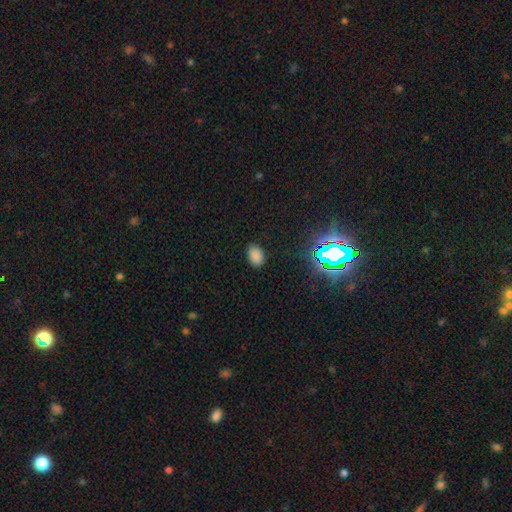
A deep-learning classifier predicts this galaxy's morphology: Overall: smooth (80%). How rounded: in between (86%). Merging: none (86%).